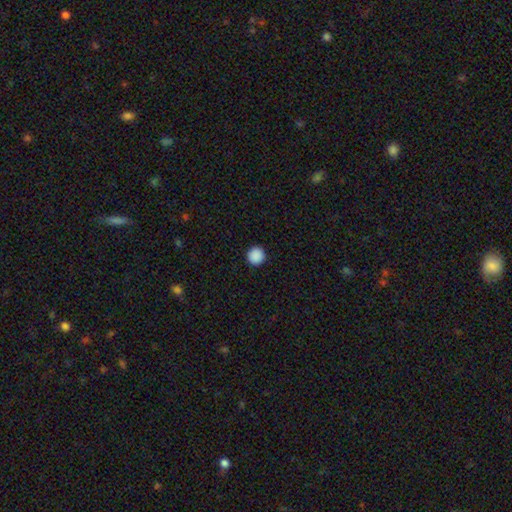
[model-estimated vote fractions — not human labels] Q: Smooth or featured?
A: smooth (89%); runner-up: star or artifact (9%)
Q: How rounded?
A: round (95%); runner-up: in between (4%)
Q: Merging?
A: none (93%); runner-up: minor disturbance (4%)